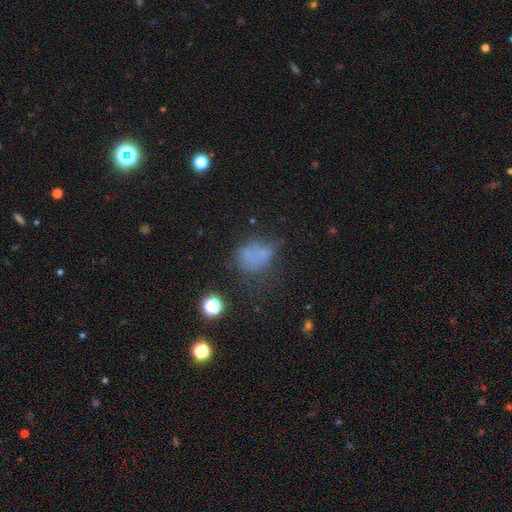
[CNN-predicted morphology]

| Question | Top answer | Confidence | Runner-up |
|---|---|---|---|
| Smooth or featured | smooth | 56% | star or artifact (23%) |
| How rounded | round | 55% | in between (44%) |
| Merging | none | 45% | minor disturbance (24%) |